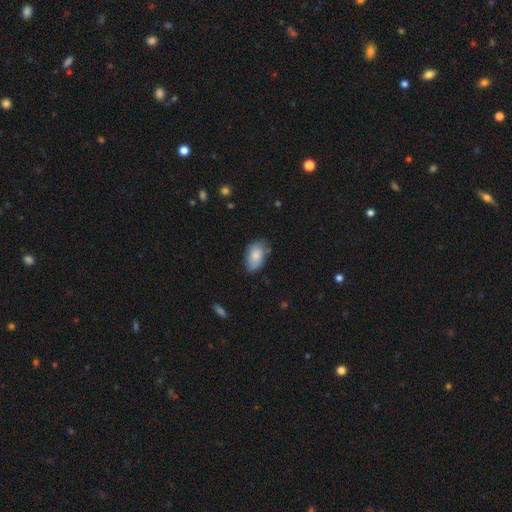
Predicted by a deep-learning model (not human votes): This is clearly a smooth galaxy (81%). How rounded: clearly in between (92%). Merging: likely none (65%).